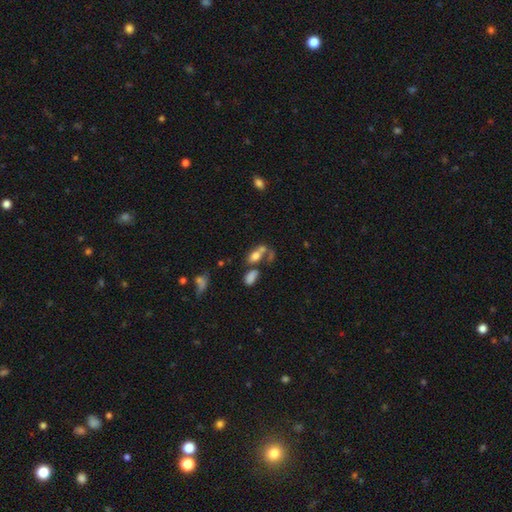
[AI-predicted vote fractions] Smooth or featured? Predicted: smooth (p=0.37). Merging? Predicted: none (p=0.41).